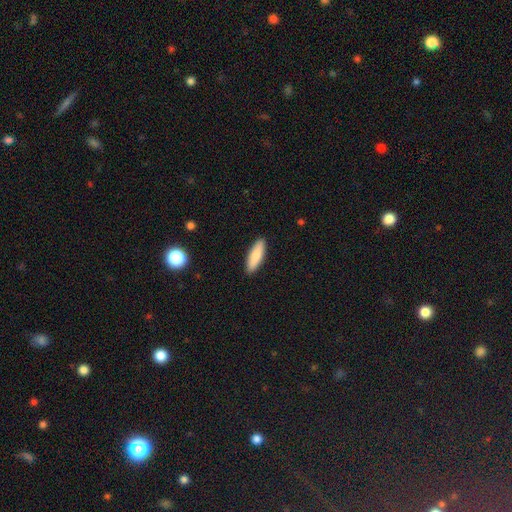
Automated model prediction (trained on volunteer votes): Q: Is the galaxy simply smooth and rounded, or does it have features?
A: smooth — 83%.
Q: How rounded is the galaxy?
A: cigar-shaped — 54%.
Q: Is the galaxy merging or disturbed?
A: none — 91%.